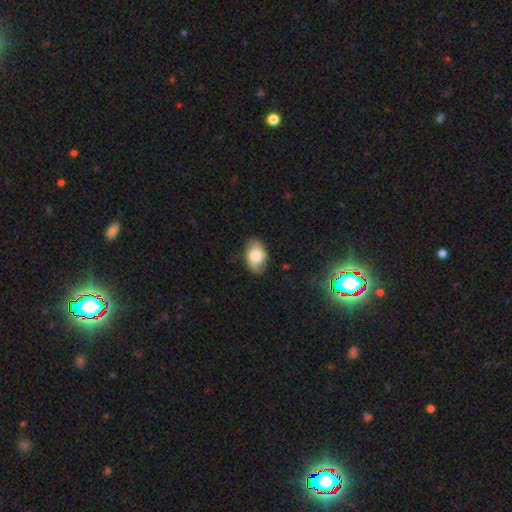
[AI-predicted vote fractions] A smooth galaxy with no disk features (65%) that is in between round and cigar-shaped (88%).

Vote fractions:
- Smooth or featured? smooth: 65% / featured or disk: 27% / star or artifact: 8%
- How rounded? in between: 88% / round: 10% / cigar-shaped: 1%
- Merging? none: 78% / minor disturbance: 17% / major disturbance: 4% / merger: 1%